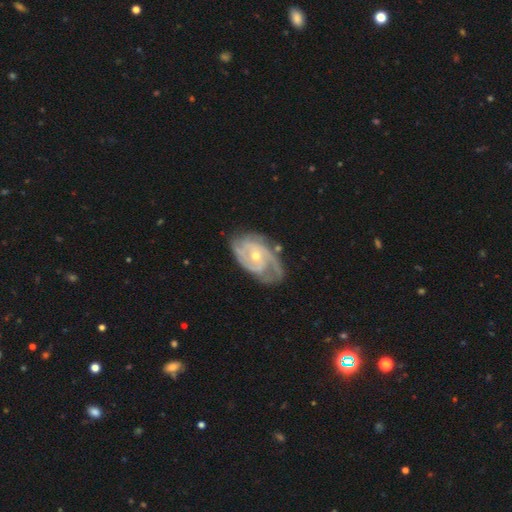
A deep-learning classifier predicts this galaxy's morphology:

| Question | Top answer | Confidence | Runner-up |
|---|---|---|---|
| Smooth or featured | featured or disk | 88% | smooth (7%) |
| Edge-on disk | no | 96% | yes (4%) |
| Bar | no | 66% | weak (27%) |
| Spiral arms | yes | 96% | no (4%) |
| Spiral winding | tight | 56% | medium (36%) |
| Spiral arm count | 2 | 42% | 3 (25%) |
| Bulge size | small | 53% | moderate (45%) |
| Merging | none | 66% | minor disturbance (23%) |